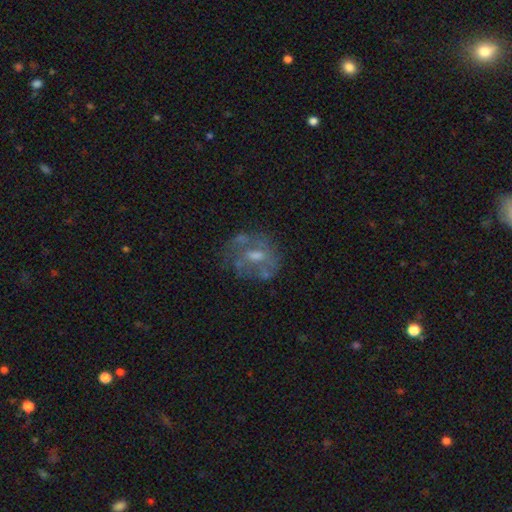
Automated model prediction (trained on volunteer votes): Smooth or featured: featured or disk — 59% (smooth — 30%)
Edge-on disk: no — 97% (yes — 3%)
Bar: no — 63% (weak — 31%)
Spiral arms: no — 70% (yes — 30%)
Bulge size: moderate — 53% (small — 29%)
Merging: none — 50% (major disturbance — 21%)